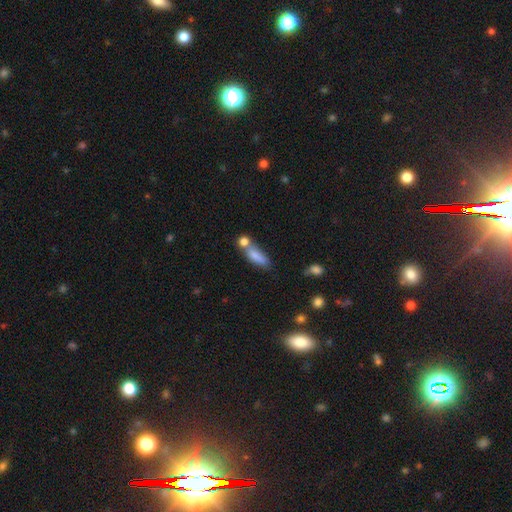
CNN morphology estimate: Smooth or featured? Predicted: smooth (p=0.78). How rounded? Predicted: in between (p=0.53). Merging? Predicted: none (p=0.41).